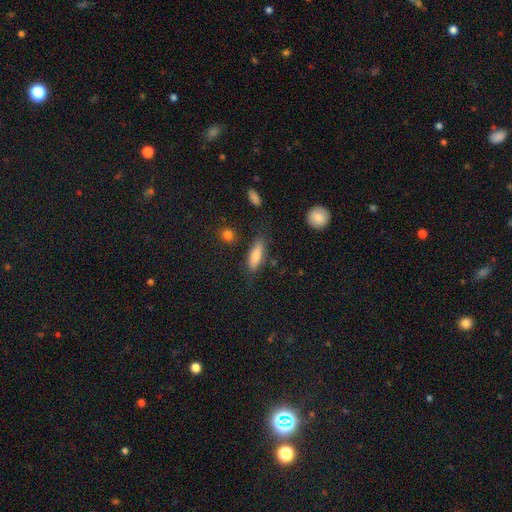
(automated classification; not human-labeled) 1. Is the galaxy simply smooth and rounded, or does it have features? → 76% smooth, 17% featured or disk, 7% star or artifact.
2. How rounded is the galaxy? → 50% cigar-shaped, 48% in between, 3% round.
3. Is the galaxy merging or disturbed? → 76% none, 16% minor disturbance, 4% major disturbance, 3% merger.